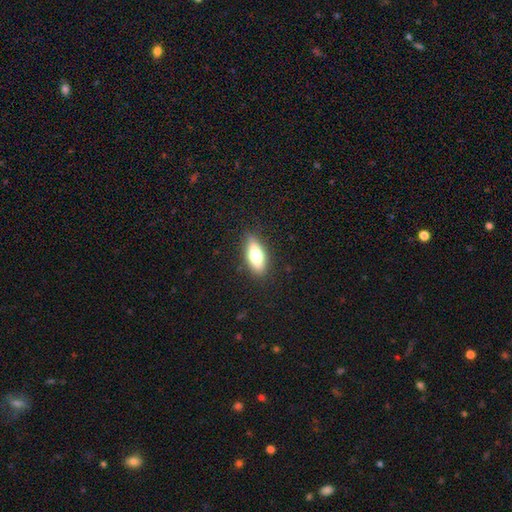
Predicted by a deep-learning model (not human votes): A smooth galaxy with no disk features (70%) that is in between round and cigar-shaped (74%).

Vote fractions:
- Smooth or featured? smooth: 70% / featured or disk: 23% / star or artifact: 7%
- How rounded? in between: 74% / cigar-shaped: 22% / round: 3%
- Merging? none: 86% / minor disturbance: 11% / major disturbance: 3% / merger: 1%